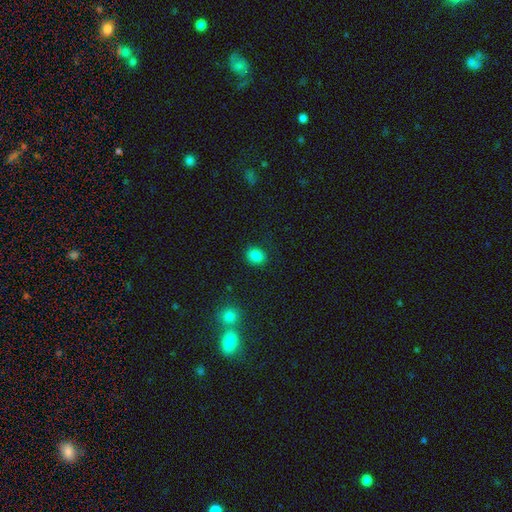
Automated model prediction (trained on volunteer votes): Smooth or featured? smooth (84%)
How rounded? round (59%)
Merging? none (88%)